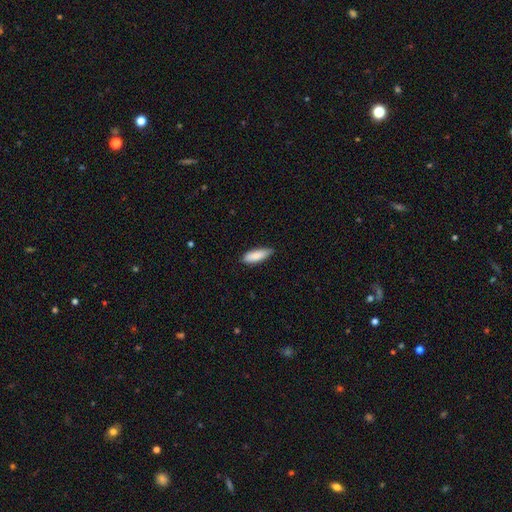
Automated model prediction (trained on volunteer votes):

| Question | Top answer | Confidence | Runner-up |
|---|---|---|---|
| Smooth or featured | smooth | 87% | featured or disk (7%) |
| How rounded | in between | 54% | cigar-shaped (44%) |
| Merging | none | 78% | minor disturbance (19%) |